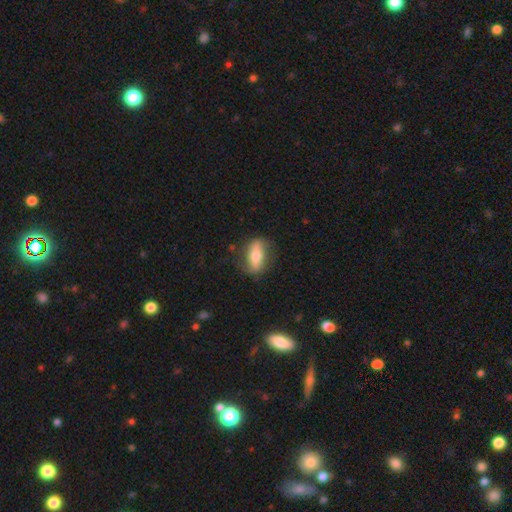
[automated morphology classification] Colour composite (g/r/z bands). It shows a featured or disk galaxy (49%). Merging: none (77%).